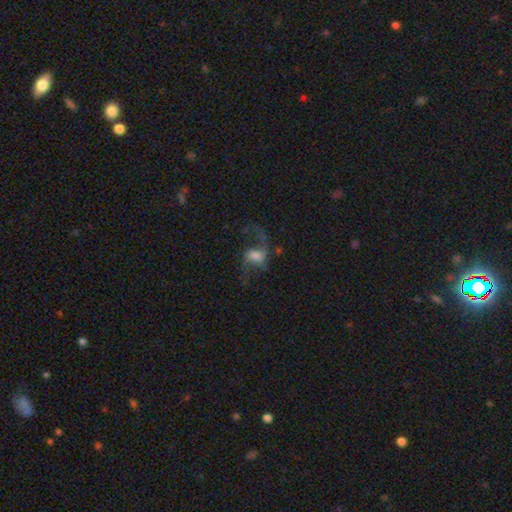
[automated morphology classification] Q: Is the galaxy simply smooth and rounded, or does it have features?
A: featured or disk — 68%.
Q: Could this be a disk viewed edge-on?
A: no — 97%.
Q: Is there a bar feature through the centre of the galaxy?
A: weak — 45%.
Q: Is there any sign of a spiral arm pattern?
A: yes — 89%.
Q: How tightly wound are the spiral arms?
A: loose — 79%.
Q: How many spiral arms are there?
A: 2 — 80%.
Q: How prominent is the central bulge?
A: moderate — 36%.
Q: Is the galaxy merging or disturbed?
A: none — 47%.